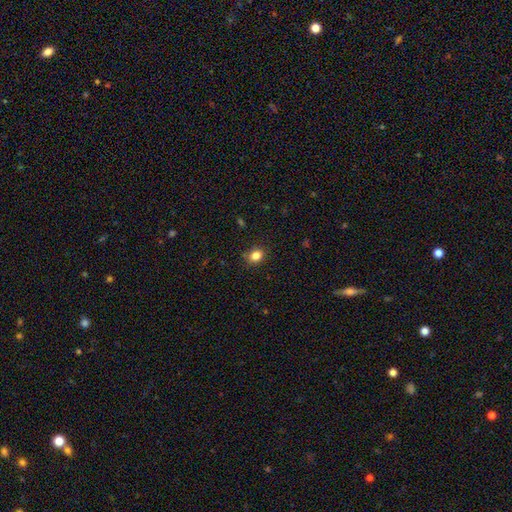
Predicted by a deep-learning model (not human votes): A smooth galaxy with no disk features (84%) that is round (54%).

Vote fractions:
- Smooth or featured? smooth: 84% / star or artifact: 11% / featured or disk: 5%
- How rounded? round: 54% / in between: 45% / cigar-shaped: 1%
- Merging? none: 86% / minor disturbance: 10% / major disturbance: 2% / merger: 1%